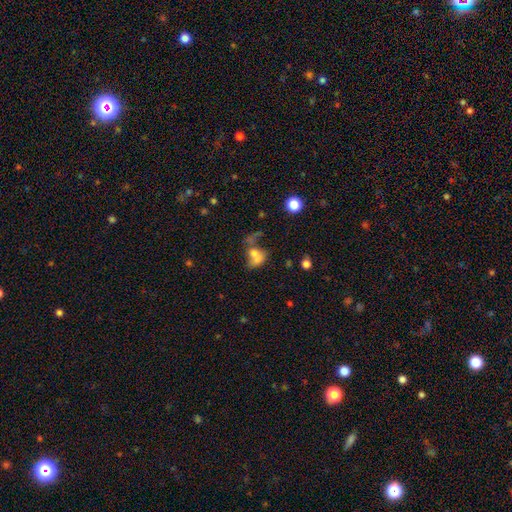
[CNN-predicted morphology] Smooth or featured? Predicted: smooth (p=0.59). How rounded? Predicted: in between (p=0.62). Merging? Predicted: merger (p=0.55).